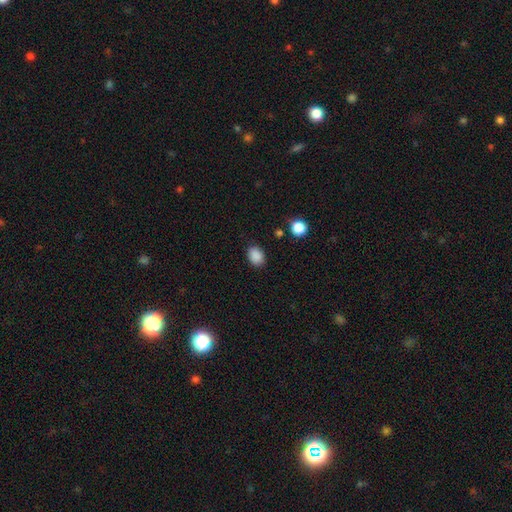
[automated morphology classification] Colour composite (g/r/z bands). It shows a smooth galaxy with no disk features (88%) that is in between round and cigar-shaped (66%). Merging: none (85%).